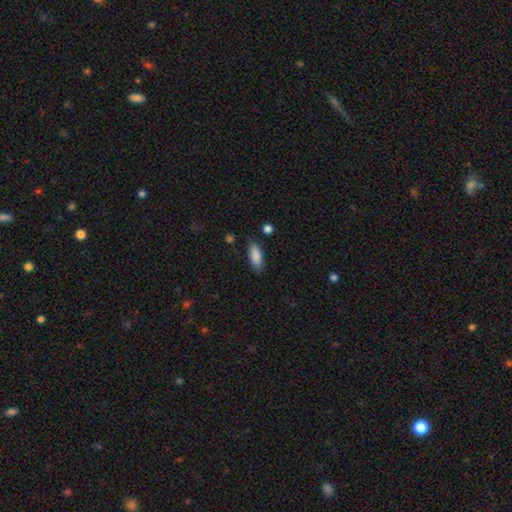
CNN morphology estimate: smooth 88%, star or artifact 7%, featured or disk 6%. Down the decision tree: how rounded — in between (78%); merging — none (82%).